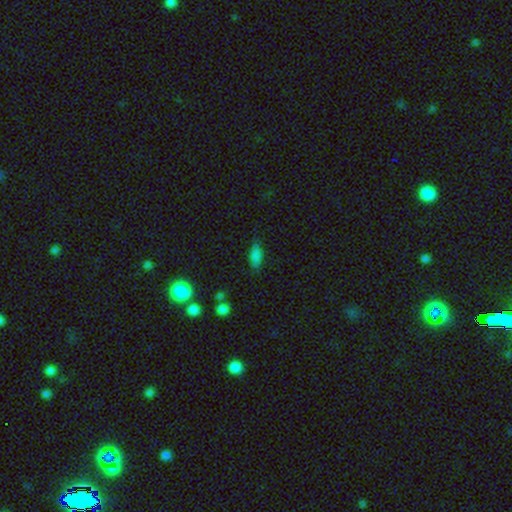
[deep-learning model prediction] smooth-or-featured: smooth: 79% | star or artifact: 13% | featured or disk: 7%
  how-rounded: in between: 78% | cigar-shaped: 18% | round: 3%
  merging: none: 71% | minor disturbance: 22% | major disturbance: 5% | merger: 2%